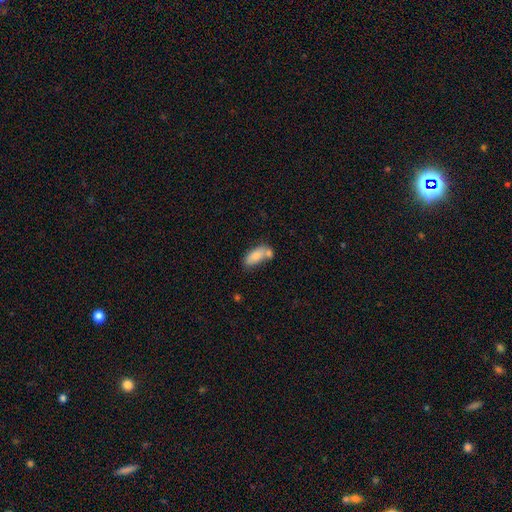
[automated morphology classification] This is likely a smooth galaxy (77%). How rounded: clearly in between (84%). Merging: marginally none (41%).